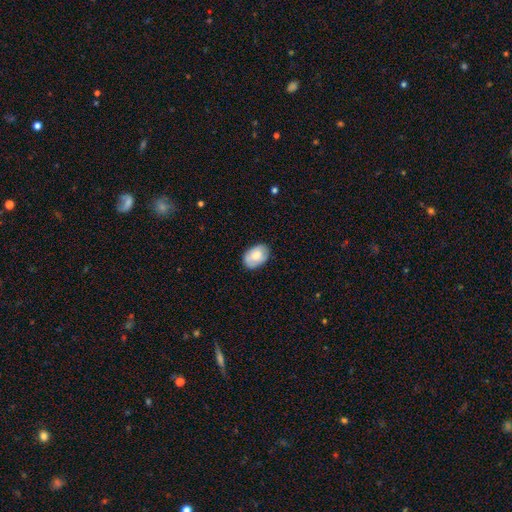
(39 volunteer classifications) smooth-or-featured: smooth: 74% | featured or disk: 21% | star or artifact: 5%
  how-rounded: in between: 93% | round: 7% | cigar-shaped: 0%
  merging: none: 73% | minor disturbance: 19% | merger: 5% | major disturbance: 3%